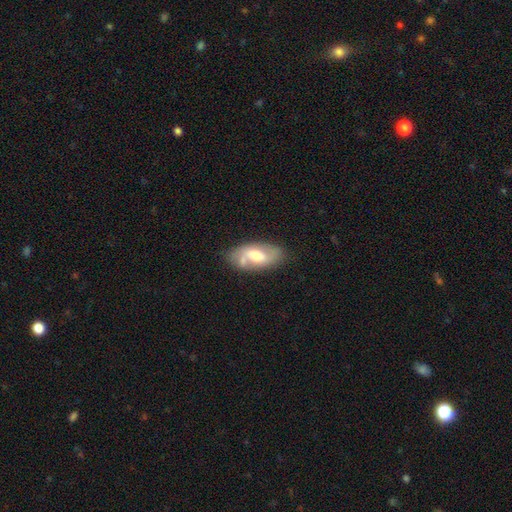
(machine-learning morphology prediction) Q: Smooth or featured?
A: featured or disk (55%); runner-up: smooth (38%)
Q: Edge-on disk?
A: no (91%); runner-up: yes (9%)
Q: Merging?
A: none (65%); runner-up: minor disturbance (21%)